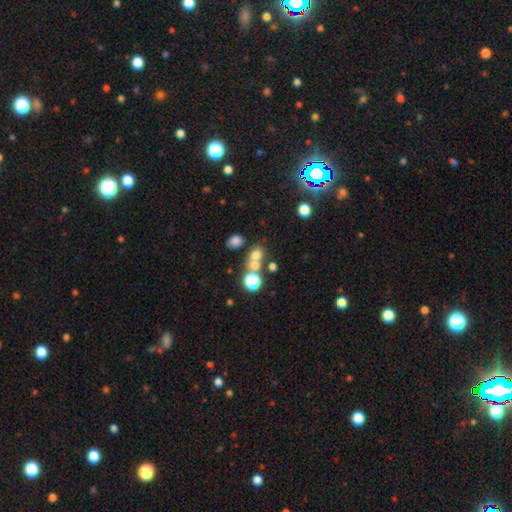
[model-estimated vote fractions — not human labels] Smooth or featured? smooth (64%)
How rounded? round (59%)
Merging? none (44%)